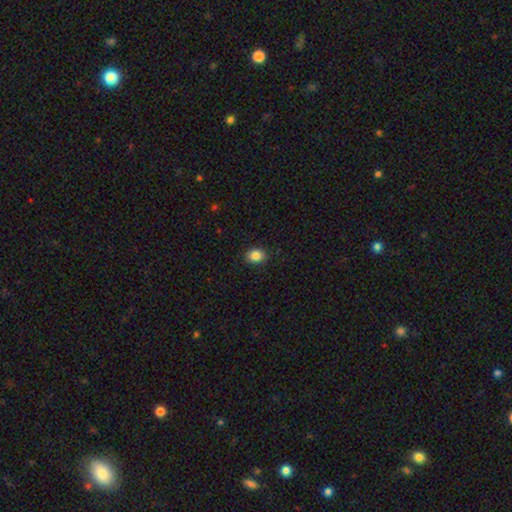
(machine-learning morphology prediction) type=smooth (86%); roundness=in between (53%); merging=none (89%).